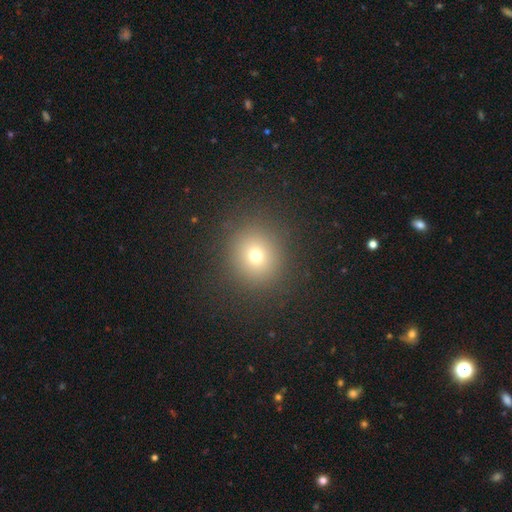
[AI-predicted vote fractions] A smooth galaxy with no disk features (70%) that is round (86%). Merging: none (90%).